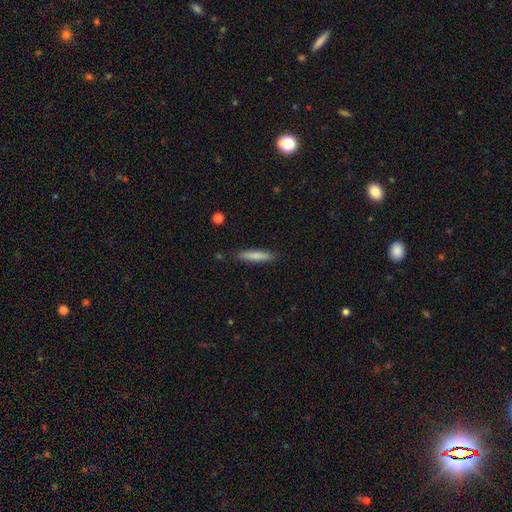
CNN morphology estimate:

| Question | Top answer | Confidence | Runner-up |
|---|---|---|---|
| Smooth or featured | smooth | 80% | featured or disk (14%) |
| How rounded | cigar-shaped | 84% | in between (15%) |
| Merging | none | 87% | minor disturbance (10%) |